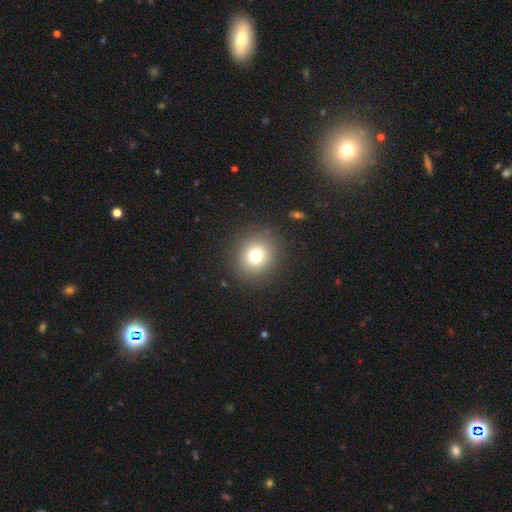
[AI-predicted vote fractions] A smooth galaxy with no disk features (75%) that is round (88%).

Vote fractions:
- Smooth or featured? smooth: 75% / star or artifact: 14% / featured or disk: 11%
- How rounded? round: 88% / in between: 11% / cigar-shaped: 1%
- Merging? none: 90% / minor disturbance: 6% / major disturbance: 3% / merger: 1%